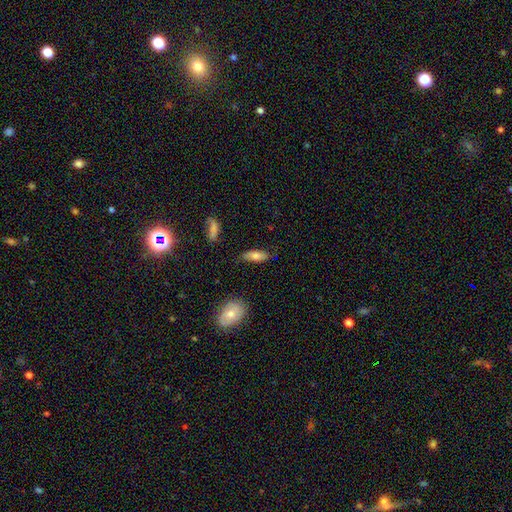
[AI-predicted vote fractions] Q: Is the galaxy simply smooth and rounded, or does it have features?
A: smooth — 73%.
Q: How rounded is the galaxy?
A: in between — 72%.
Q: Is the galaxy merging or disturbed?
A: none — 72%.